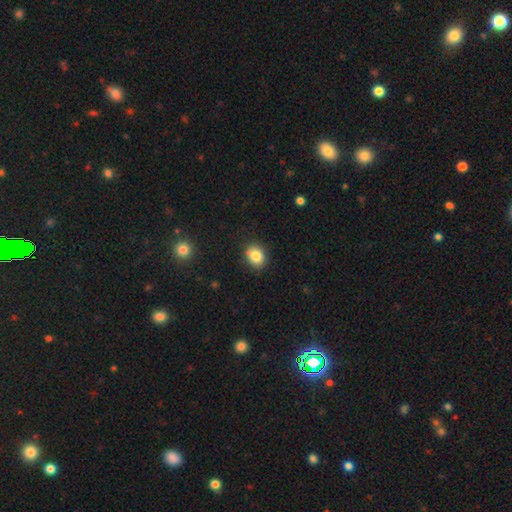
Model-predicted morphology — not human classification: smooth_or_featured: smooth (p=0.83) [alt: star or artifact p=0.10]
how_rounded: round (p=0.50) [alt: in between p=0.49]
merging: none (p=0.80) [alt: minor disturbance p=0.14]